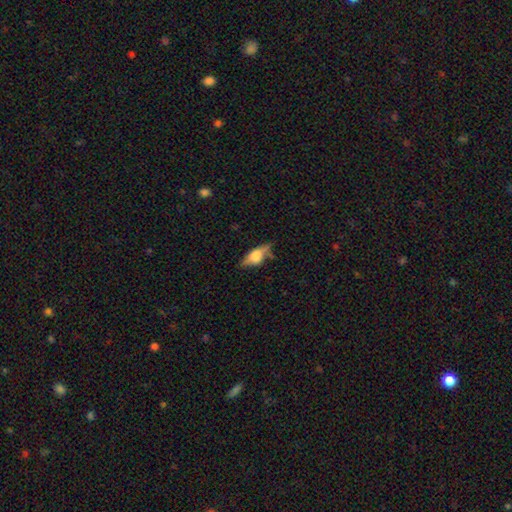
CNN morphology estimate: A featured or disk galaxy (48%).

Vote fractions:
- Smooth or featured? featured or disk: 48% / smooth: 43% / star or artifact: 8%
- Merging? none: 63% / minor disturbance: 23% / major disturbance: 9% / merger: 6%